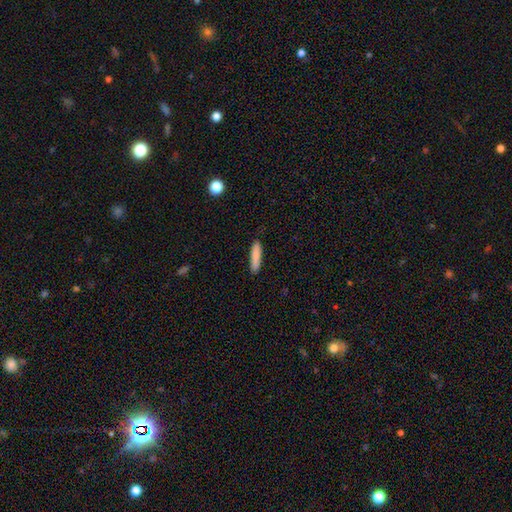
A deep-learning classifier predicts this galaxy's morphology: A smooth galaxy with no disk features (85%) that is cigar-shaped (85%).

Vote fractions:
- Smooth or featured? smooth: 85% / featured or disk: 9% / star or artifact: 6%
- How rounded? cigar-shaped: 85% / in between: 14% / round: 1%
- Merging? none: 88% / minor disturbance: 9% / major disturbance: 2% / merger: 1%